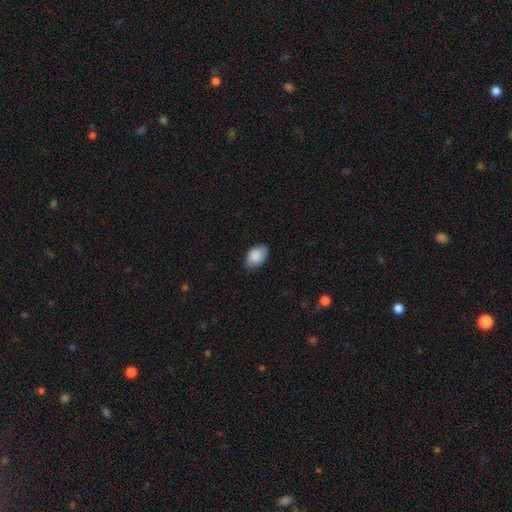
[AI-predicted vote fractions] The model was most divided on "merging": none: 79%, minor disturbance: 17%, major disturbance: 3%, merger: 1%. More confident: how rounded — in between (90%); smooth or featured — smooth (87%).